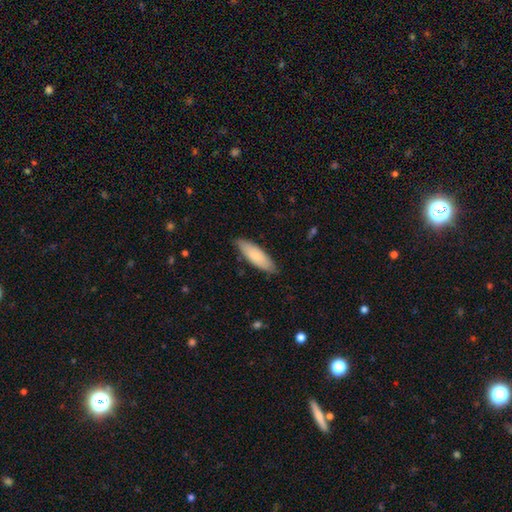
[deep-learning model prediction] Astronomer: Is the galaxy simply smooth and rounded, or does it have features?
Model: smooth — 80%.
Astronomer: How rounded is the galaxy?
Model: in between — 56% (runner-up: cigar-shaped, 43%).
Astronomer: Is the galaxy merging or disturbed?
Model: none — 81%.